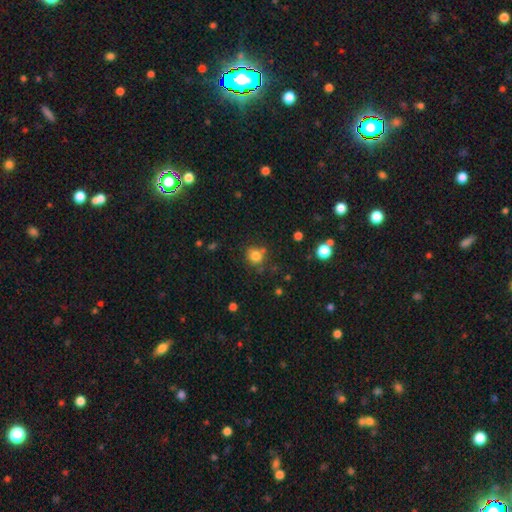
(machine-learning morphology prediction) Smooth or featured: smooth — 80% (star or artifact — 13%)
How rounded: round — 77% (in between — 22%)
Merging: none — 68% (minor disturbance — 16%)